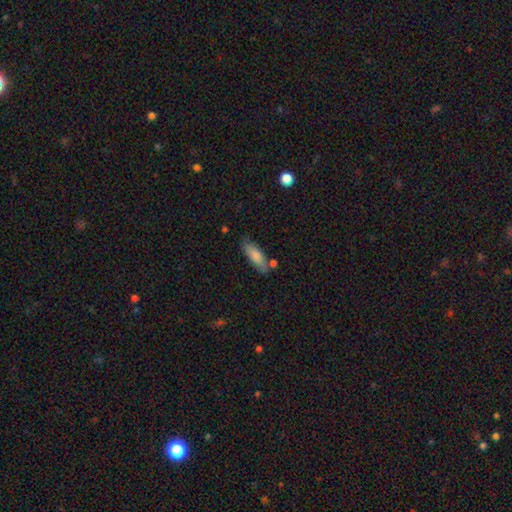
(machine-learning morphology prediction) smooth 80%, featured or disk 14%, star or artifact 6%. Down the decision tree: how rounded — in between (57%); merging — none (70%).